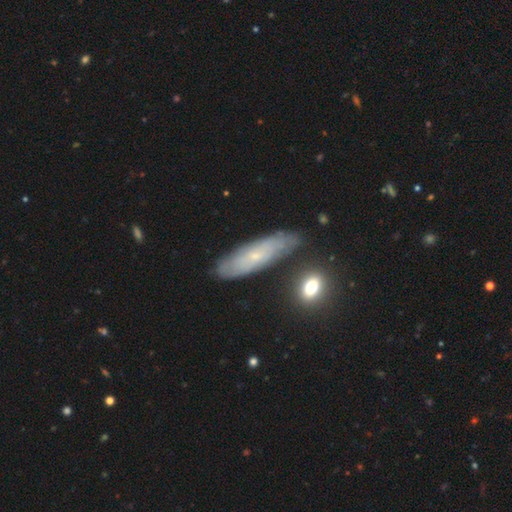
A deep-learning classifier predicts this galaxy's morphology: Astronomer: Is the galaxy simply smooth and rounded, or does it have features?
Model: featured or disk — 52% (runner-up: smooth, 40%).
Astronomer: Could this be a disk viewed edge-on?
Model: no — 68%.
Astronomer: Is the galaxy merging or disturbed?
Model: none — 76%.